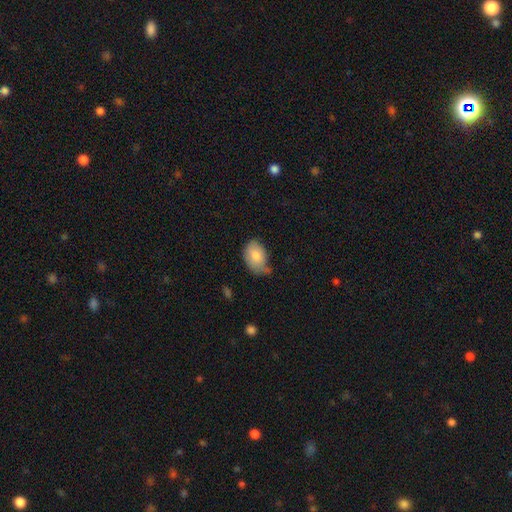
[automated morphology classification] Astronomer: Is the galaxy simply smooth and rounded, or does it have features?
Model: smooth — 84%.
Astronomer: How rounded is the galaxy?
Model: in between — 84%.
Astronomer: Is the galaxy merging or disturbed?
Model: none — 49% (runner-up: minor disturbance, 37%).